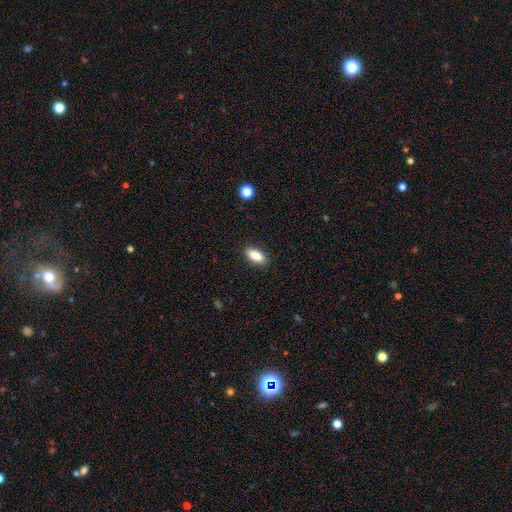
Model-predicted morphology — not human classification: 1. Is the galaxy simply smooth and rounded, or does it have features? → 88% smooth, 7% star or artifact, 4% featured or disk.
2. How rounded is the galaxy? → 86% in between, 11% cigar-shaped, 3% round.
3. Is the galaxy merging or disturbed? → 89% none, 8% minor disturbance, 2% major disturbance, 1% merger.